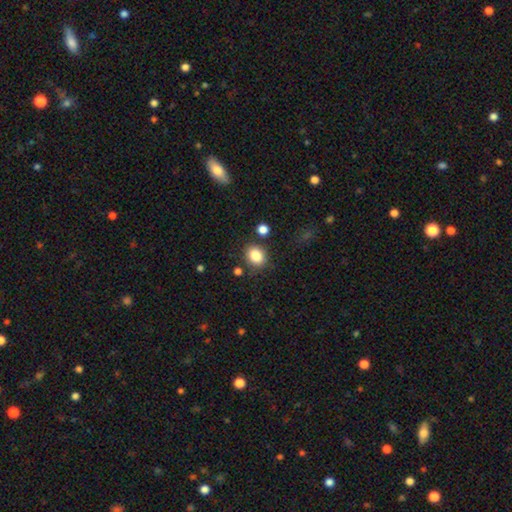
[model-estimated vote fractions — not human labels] smooth 84%, star or artifact 10%, featured or disk 6%. Down the decision tree: how rounded — round (56%); merging — none (80%).